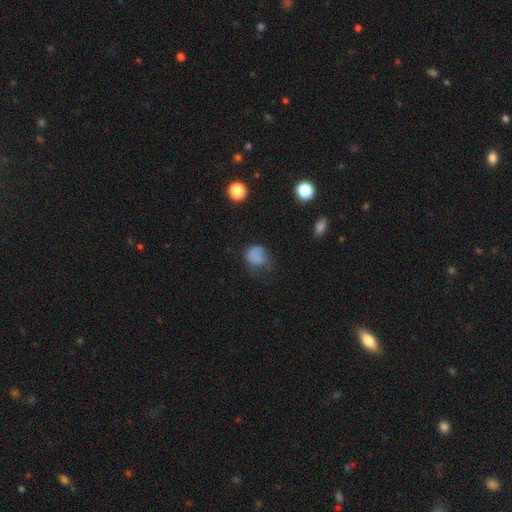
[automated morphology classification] This appears to be a smooth galaxy with no disk features (74%) that is round (65%). Merging: none (40%).